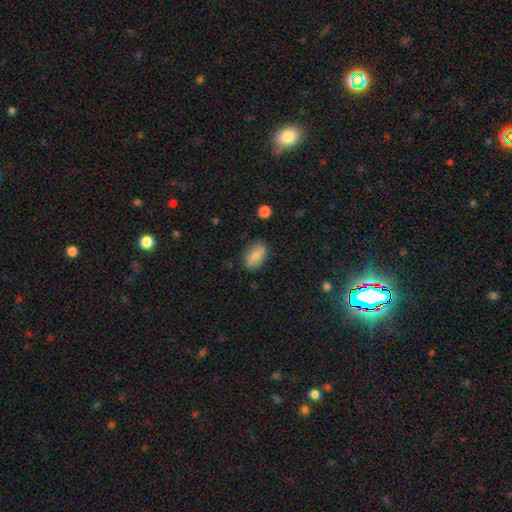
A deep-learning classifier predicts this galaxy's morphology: Smooth or featured: smooth — 79% (featured or disk — 14%)
How rounded: in between — 89% (round — 9%)
Merging: none — 81% (minor disturbance — 14%)